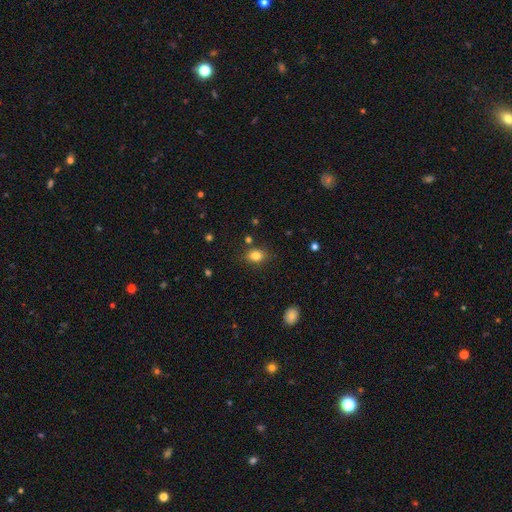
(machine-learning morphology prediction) smooth-or-featured: smooth: 82% | star or artifact: 11% | featured or disk: 7%
  how-rounded: in between: 59% | round: 40% | cigar-shaped: 1%
  merging: none: 81% | minor disturbance: 12% | merger: 3% | major disturbance: 3%